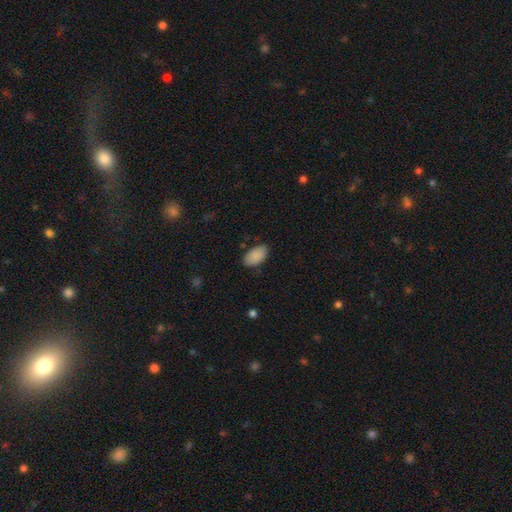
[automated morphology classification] Overall: smooth (89%). How rounded: in between (95%). Merging: none (84%).